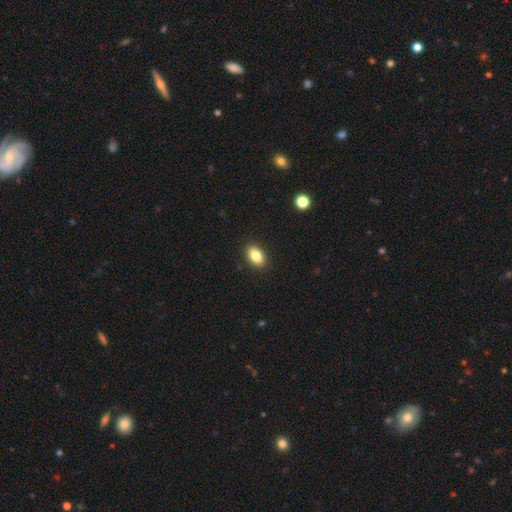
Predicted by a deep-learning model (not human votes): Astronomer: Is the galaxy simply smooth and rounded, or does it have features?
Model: smooth — 86%.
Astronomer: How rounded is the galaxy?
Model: in between — 89%.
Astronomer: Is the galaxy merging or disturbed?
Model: none — 90%.